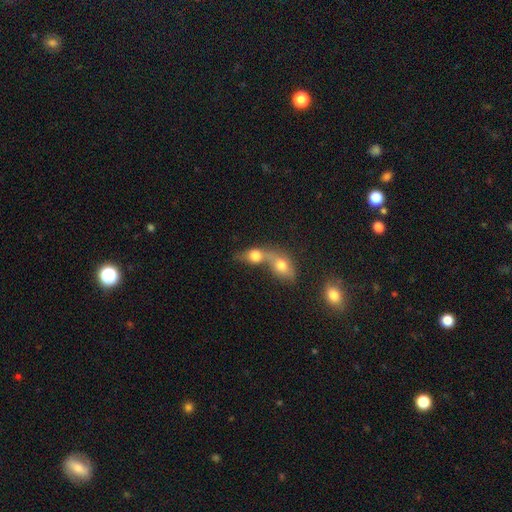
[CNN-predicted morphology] Smooth or featured?
  - smooth: 73% *
  - featured or disk: 17%
  - star or artifact: 10%
How rounded?
  - in between: 59% *
  - round: 36%
  - cigar-shaped: 5%
Merging?
  - merger: 73% *
  - none: 17%
  - minor disturbance: 6%
  - major disturbance: 5%